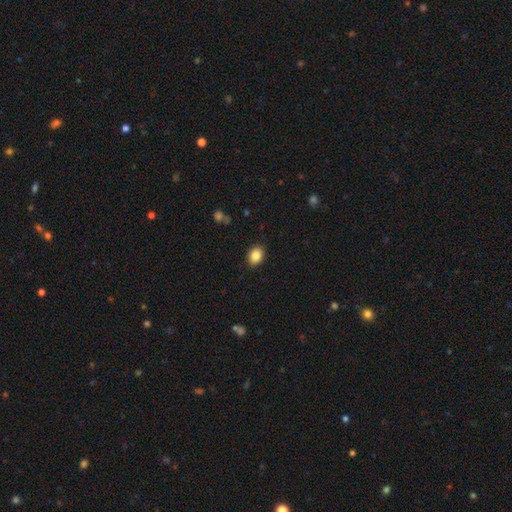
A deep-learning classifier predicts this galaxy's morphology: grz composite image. It shows a smooth galaxy with no disk features (86%) that is in between round and cigar-shaped (63%). Merging: none (88%).